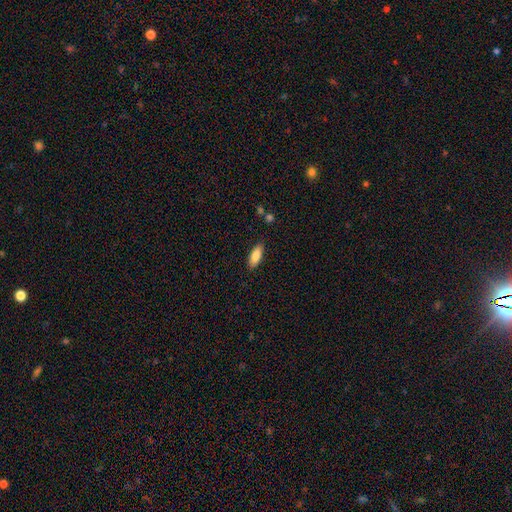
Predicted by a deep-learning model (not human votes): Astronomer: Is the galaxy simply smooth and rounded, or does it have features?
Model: smooth — 85%.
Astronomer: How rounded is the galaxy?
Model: in between — 74%.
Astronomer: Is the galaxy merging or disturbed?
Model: none — 85%.